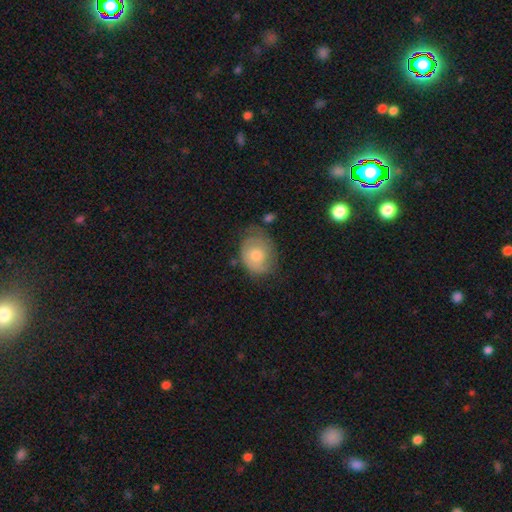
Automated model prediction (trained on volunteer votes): smooth 52%, featured or disk 39%, star or artifact 9%. Down the decision tree: how rounded — in between (53%); merging — none (56%).